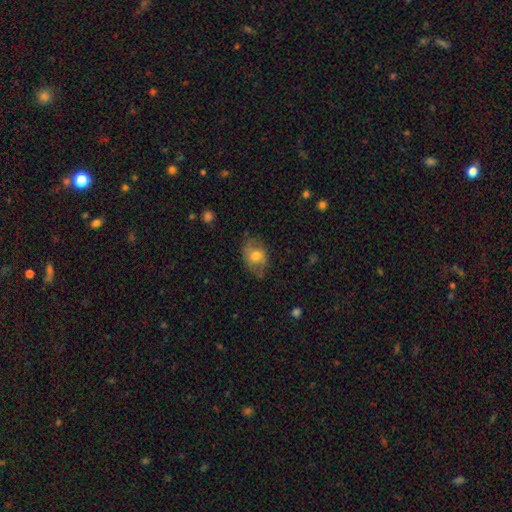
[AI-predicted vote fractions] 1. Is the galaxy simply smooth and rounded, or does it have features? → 60% smooth, 33% featured or disk, 7% star or artifact.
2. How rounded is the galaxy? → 75% in between, 24% round, 1% cigar-shaped.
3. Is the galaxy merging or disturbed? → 66% none, 24% minor disturbance, 9% major disturbance, 1% merger.